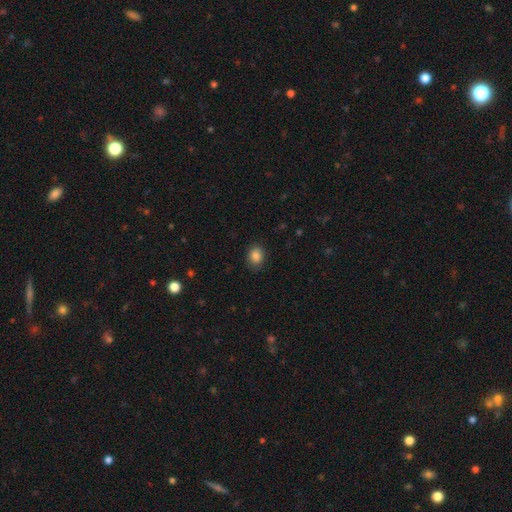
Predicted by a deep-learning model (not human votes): Smooth or featured?
  - smooth: 86% *
  - star or artifact: 9%
  - featured or disk: 5%
How rounded?
  - in between: 59% *
  - round: 40%
  - cigar-shaped: 1%
Merging?
  - none: 84% *
  - minor disturbance: 12%
  - major disturbance: 3%
  - merger: 1%